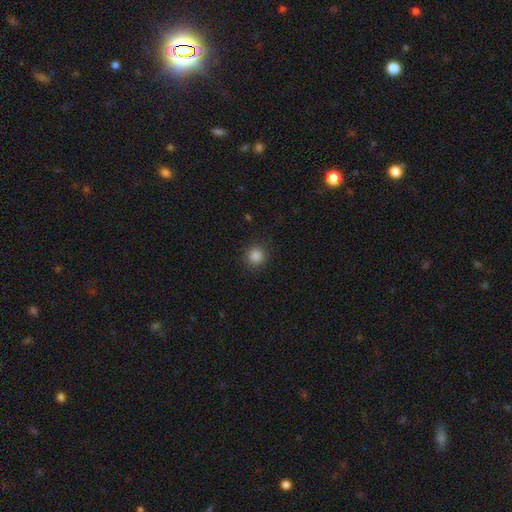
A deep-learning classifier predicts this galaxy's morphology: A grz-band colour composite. It shows a smooth galaxy with no disk features (86%) that is round (92%). Merging: none (89%).